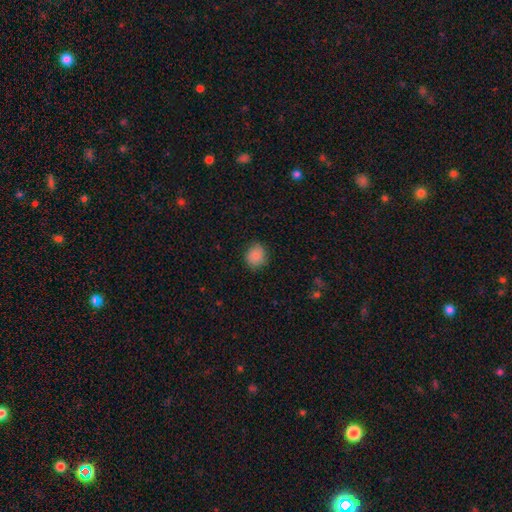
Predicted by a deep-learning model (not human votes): smooth_or_featured: smooth (p=0.86) [alt: star or artifact p=0.08]
how_rounded: round (p=0.81) [alt: in between p=0.18]
merging: none (p=0.81) [alt: minor disturbance p=0.15]